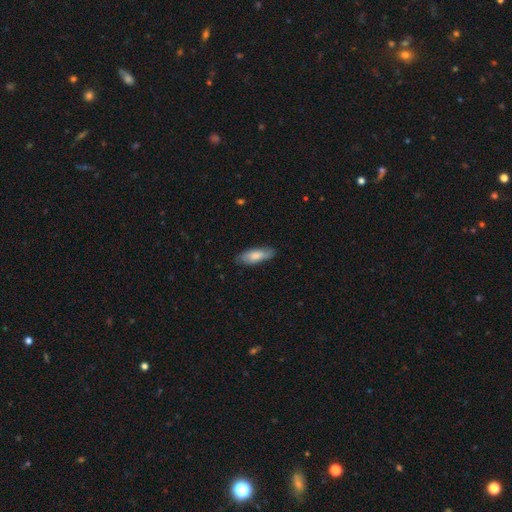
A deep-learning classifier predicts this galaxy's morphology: Q: Smooth or featured?
A: smooth (77%); runner-up: featured or disk (18%)
Q: How rounded?
A: in between (68%); runner-up: cigar-shaped (30%)
Q: Merging?
A: none (80%); runner-up: minor disturbance (16%)